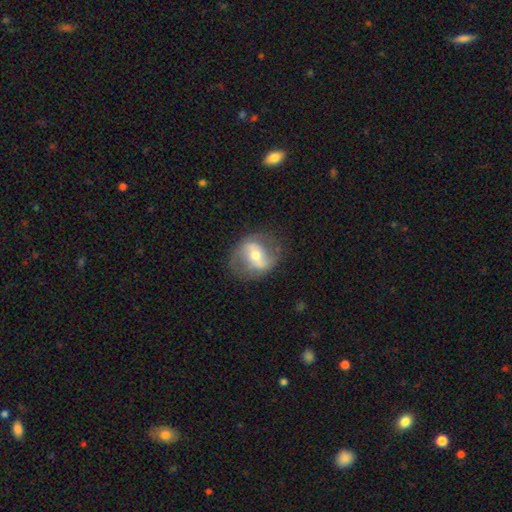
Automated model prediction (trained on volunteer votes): Morphology: type=featured or disk (66%); edge-on=no (94%); bar=strong (36%, tied with weak); spiral arms=yes (70%); bulge=moderate (61%); merging=none (70%).